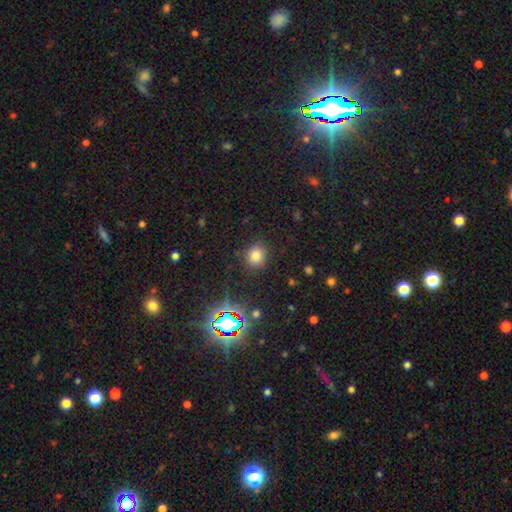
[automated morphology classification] Smooth or featured? Predicted: smooth (p=0.75). How rounded? Predicted: round (p=0.79). Merging? Predicted: none (p=0.85).